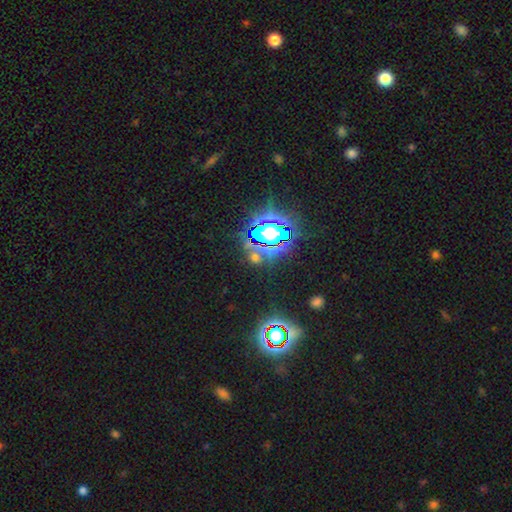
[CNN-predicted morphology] Smooth or featured?
  - star or artifact: 74% *
  - smooth: 17%
  - featured or disk: 10%